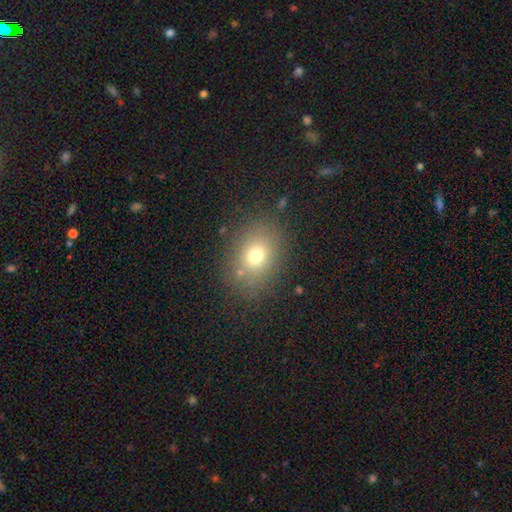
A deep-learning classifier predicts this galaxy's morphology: This is likely a smooth galaxy (72%). How rounded: possibly in between (54%). Merging: clearly none (82%).